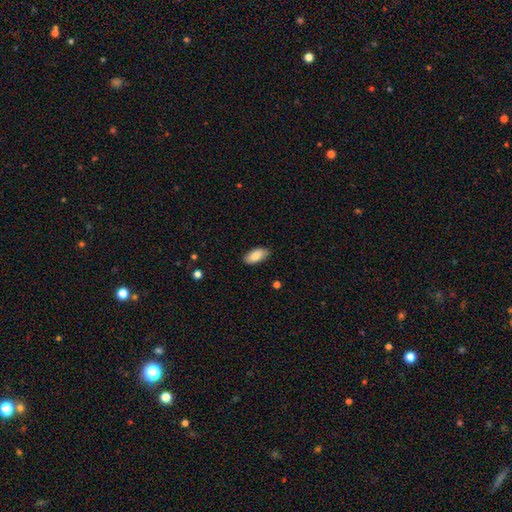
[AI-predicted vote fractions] smooth 84%, featured or disk 10%, star or artifact 6%. Down the decision tree: how rounded — in between (91%); merging — none (84%).